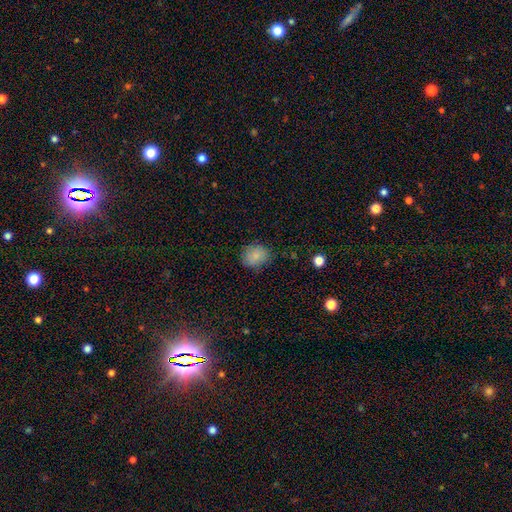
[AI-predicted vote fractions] A smooth galaxy with no disk features (84%) that is round (59%).

Vote fractions:
- Smooth or featured? smooth: 84% / star or artifact: 10% / featured or disk: 6%
- How rounded? round: 59% / in between: 40% / cigar-shaped: 1%
- Merging? none: 80% / minor disturbance: 15% / major disturbance: 4% / merger: 1%